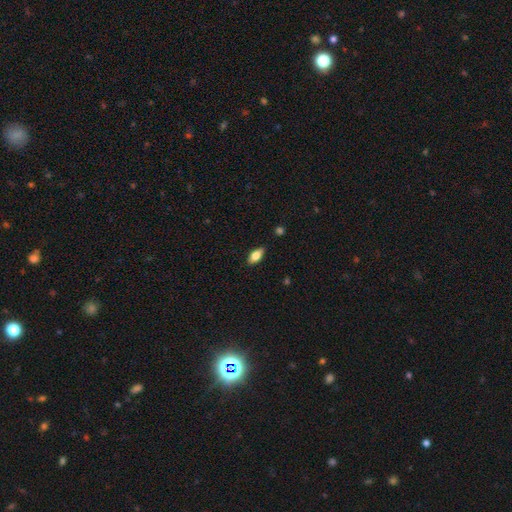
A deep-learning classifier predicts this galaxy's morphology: The model was most divided on "smooth or featured": smooth: 77%, featured or disk: 16%, star or artifact: 7%. More confident: how rounded — in between (86%); merging — none (85%).